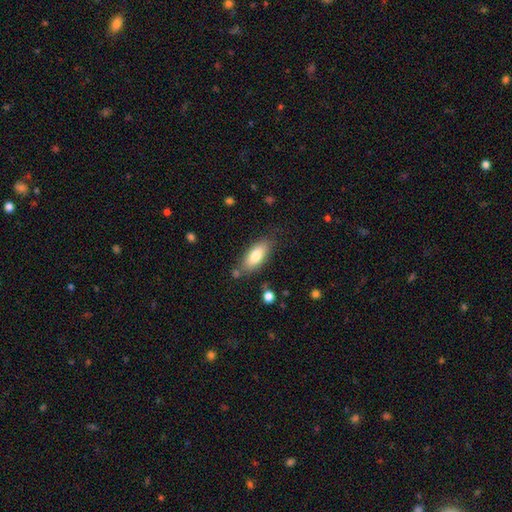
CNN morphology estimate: Q: Smooth or featured?
A: smooth (77%); runner-up: featured or disk (16%)
Q: How rounded?
A: in between (78%); runner-up: cigar-shaped (20%)
Q: Merging?
A: none (75%); runner-up: minor disturbance (16%)